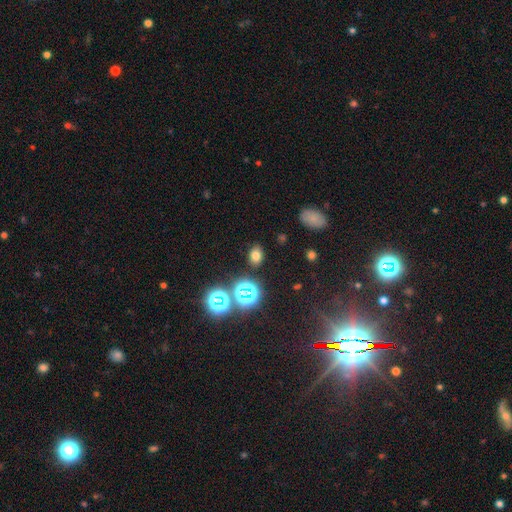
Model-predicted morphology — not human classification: This is likely a smooth galaxy (70%). How rounded: likely in between (69%). Merging: clearly none (85%).